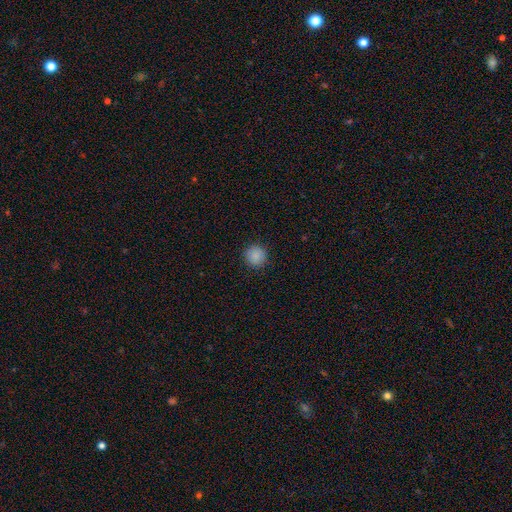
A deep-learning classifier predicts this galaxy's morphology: Overall: smooth (88%). How rounded: round (94%). Merging: none (91%).